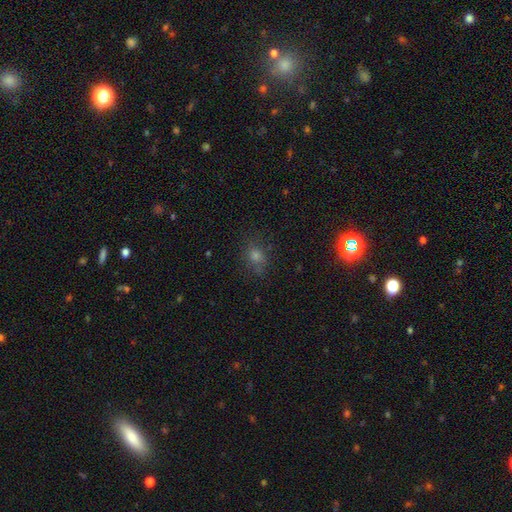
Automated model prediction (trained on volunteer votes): smooth_or_featured: smooth (p=0.60) [alt: star or artifact p=0.30]
how_rounded: round (p=0.60) [alt: in between p=0.38]
merging: none (p=0.78) [alt: minor disturbance p=0.14]